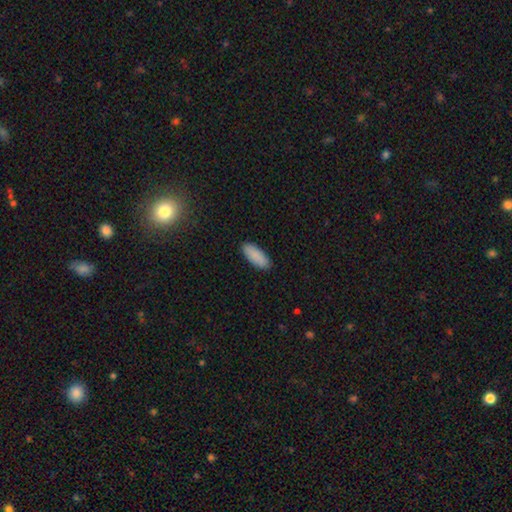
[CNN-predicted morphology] A smooth galaxy with no disk features (90%) that is in between round and cigar-shaped (79%). Merging: none (89%).